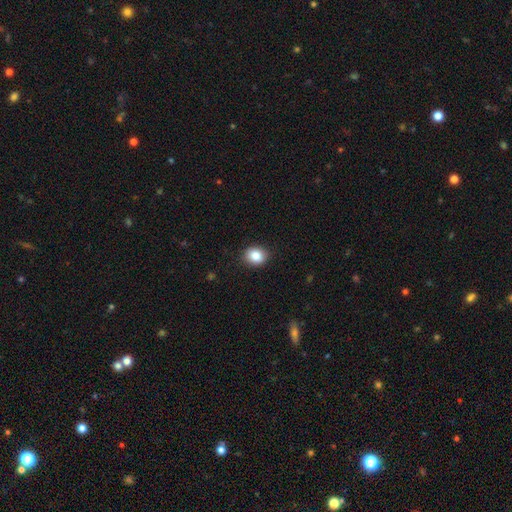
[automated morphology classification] smooth_or_featured: smooth (p=0.85) [alt: star or artifact p=0.09]
how_rounded: round (p=0.62) [alt: in between p=0.37]
merging: none (p=0.89) [alt: minor disturbance p=0.08]